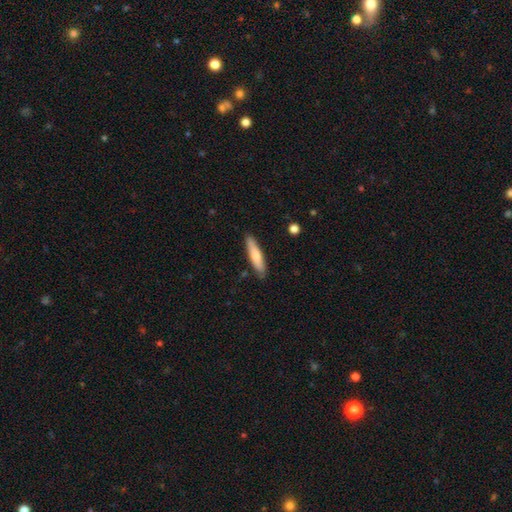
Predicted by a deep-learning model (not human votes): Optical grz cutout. It shows a smooth galaxy with no disk features (68%) that is cigar-shaped (85%). Merging: none (87%).